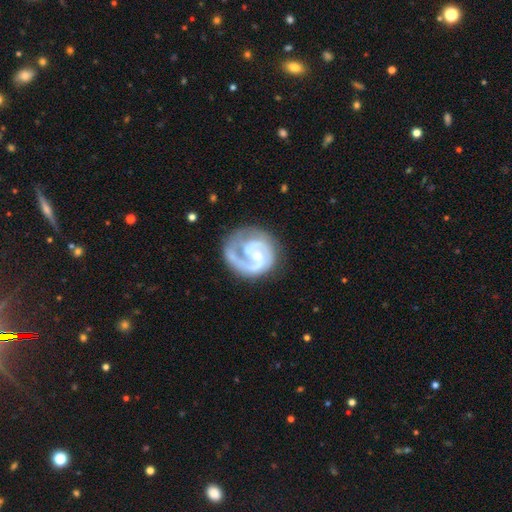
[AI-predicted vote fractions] The model was most divided on "spiral winding": tight: 46%, medium: 43%, loose: 11%. More confident: edge-on disk — no (98%); spiral arms — yes (97%); smooth or featured — featured or disk (89%); merging — none (64%); bulge size — small (62%); spiral arm count — 2 (60%); bar — no (54%).